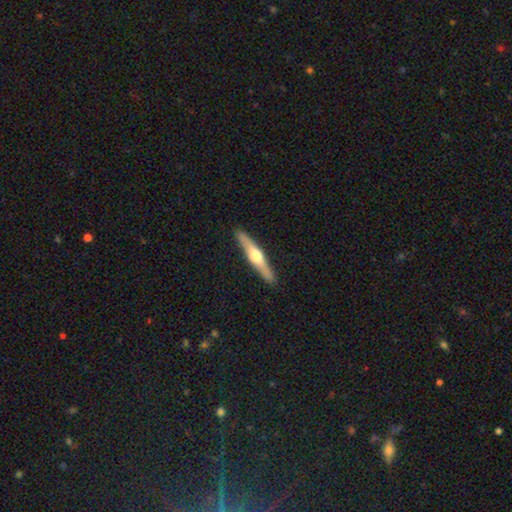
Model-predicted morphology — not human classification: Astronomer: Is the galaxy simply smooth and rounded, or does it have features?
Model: featured or disk — 64%.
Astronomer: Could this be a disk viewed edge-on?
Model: yes — 96%.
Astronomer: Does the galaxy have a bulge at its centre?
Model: rounded — 93%.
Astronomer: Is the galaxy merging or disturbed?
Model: none — 91%.